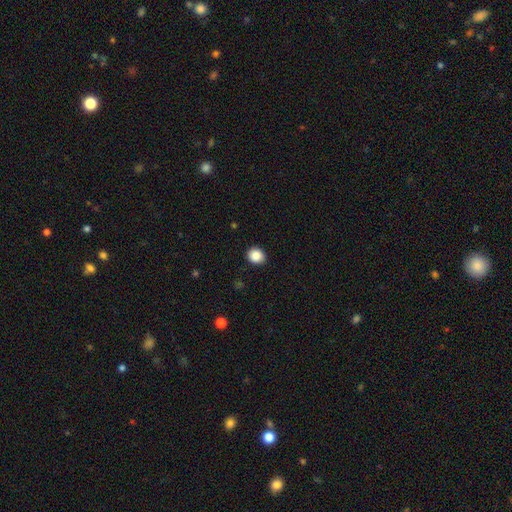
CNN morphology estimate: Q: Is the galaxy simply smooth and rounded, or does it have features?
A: smooth — 88%.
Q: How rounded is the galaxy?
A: round — 76%.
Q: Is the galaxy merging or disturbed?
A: none — 90%.